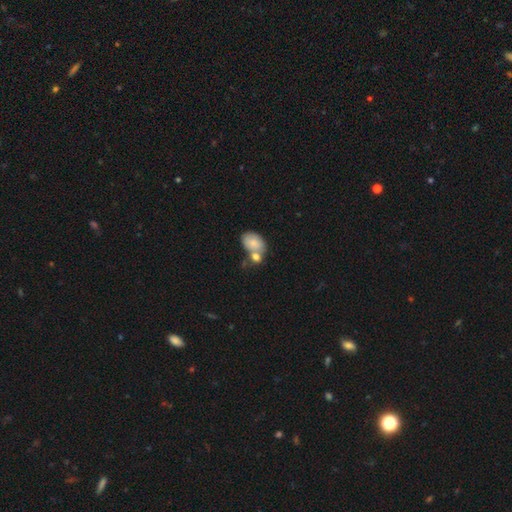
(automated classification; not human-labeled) Smooth or featured? Predicted: smooth (p=0.72). How rounded? Predicted: in between (p=0.75). Merging? Predicted: merger (p=0.45).